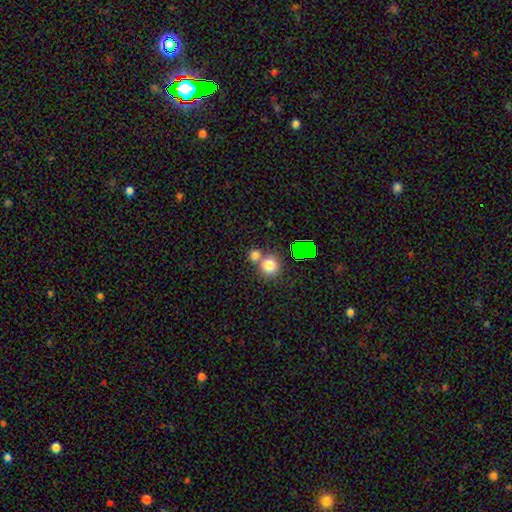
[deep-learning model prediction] Overall: smooth (75%). How rounded: round (85%). Merging: none (50%; merger 40%).